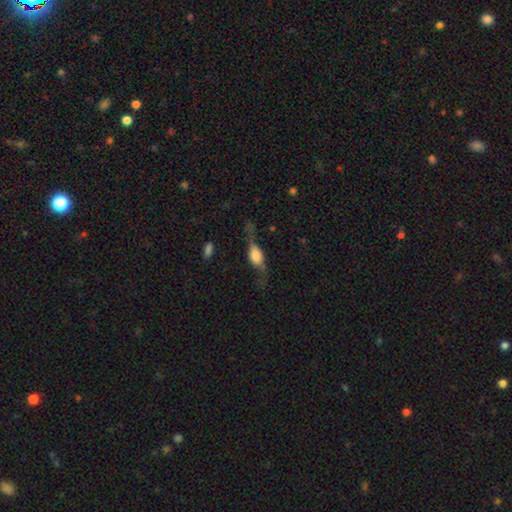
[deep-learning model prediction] Smooth or featured? Predicted: featured or disk (p=0.56). Edge-on disk? Predicted: yes (p=0.81). Merging? Predicted: none (p=0.53).